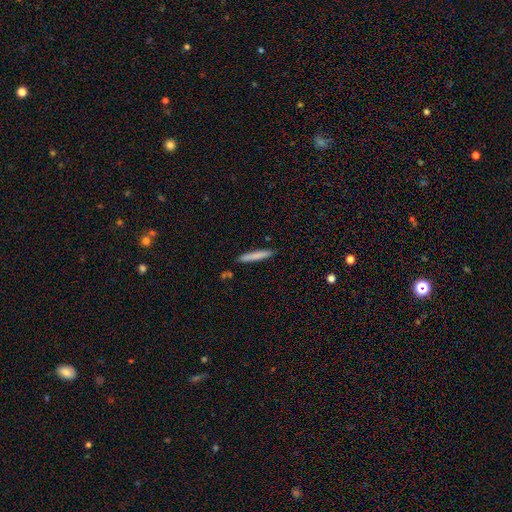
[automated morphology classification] Overall: smooth (79%). How rounded: cigar-shaped (95%). Merging: none (88%).